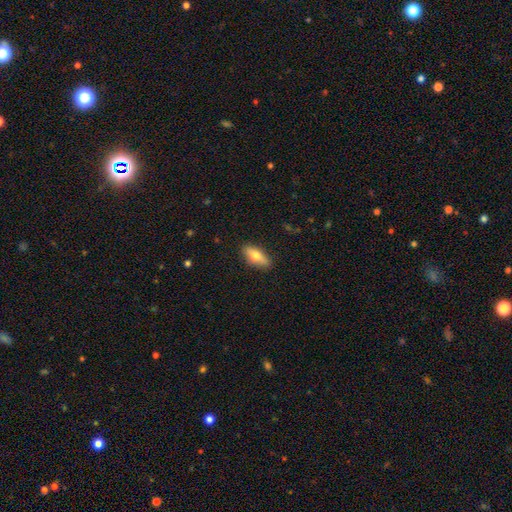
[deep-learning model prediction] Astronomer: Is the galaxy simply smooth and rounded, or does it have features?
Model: smooth — 68%.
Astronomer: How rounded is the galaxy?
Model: in between — 71%.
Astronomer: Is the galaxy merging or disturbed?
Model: none — 87%.